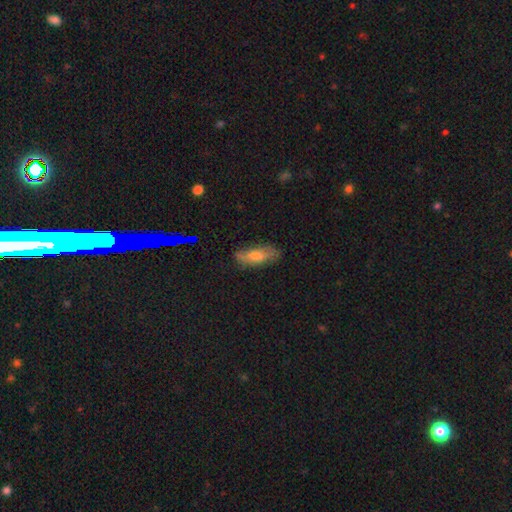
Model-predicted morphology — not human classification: smooth 58%, featured or disk 31%, star or artifact 12%. Down the decision tree: how rounded — in between (64%); merging — none (72%).